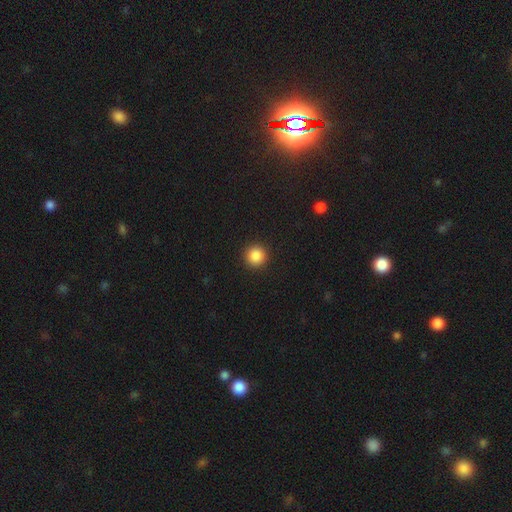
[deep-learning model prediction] This is clearly a smooth galaxy (86%). How rounded: clearly round (95%). Merging: clearly none (93%).